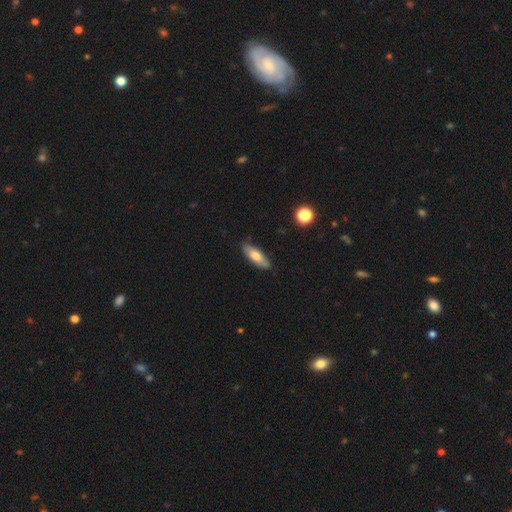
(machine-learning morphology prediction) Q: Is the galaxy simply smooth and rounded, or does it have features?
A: smooth — 69%.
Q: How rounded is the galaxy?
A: in between — 62%.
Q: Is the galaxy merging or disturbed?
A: none — 84%.